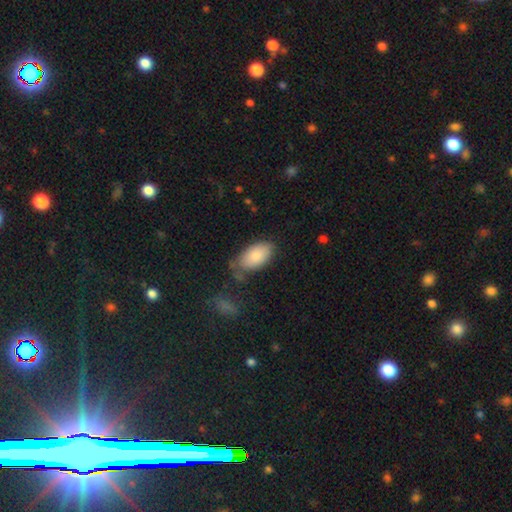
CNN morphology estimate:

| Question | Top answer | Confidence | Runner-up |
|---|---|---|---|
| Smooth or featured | smooth | 85% | featured or disk (9%) |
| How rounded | in between | 95% | round (3%) |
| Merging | none | 62% | minor disturbance (24%) |